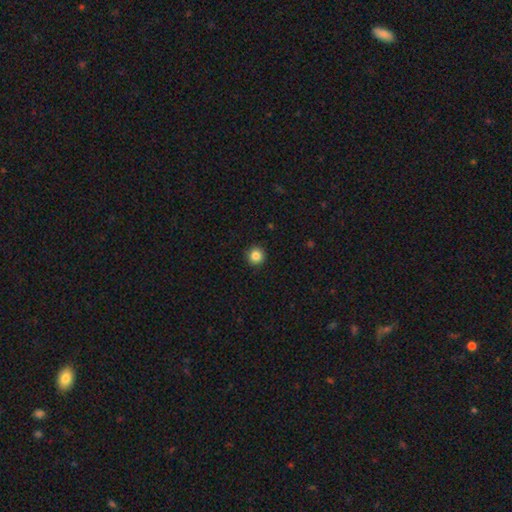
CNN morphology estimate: The model was most divided on "smooth or featured": smooth: 85%, star or artifact: 11%, featured or disk: 4%. More confident: how rounded — round (95%); merging — none (92%).